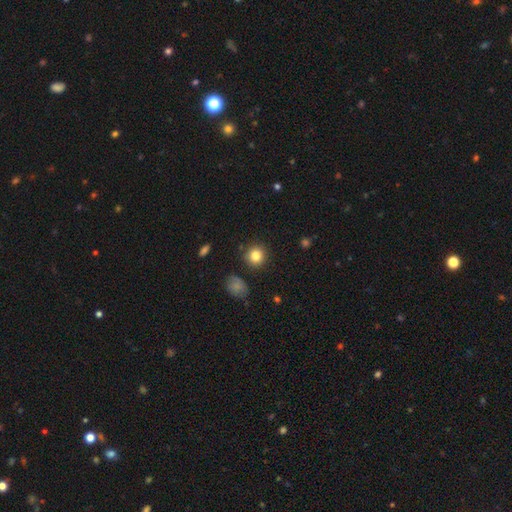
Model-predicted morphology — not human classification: Smooth or featured? smooth (83%)
How rounded? round (91%)
Merging? none (88%)